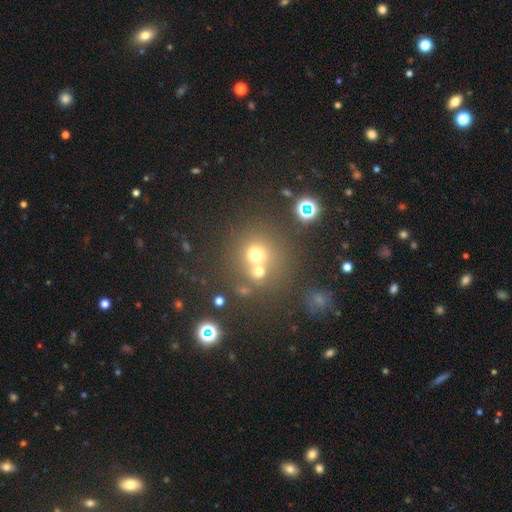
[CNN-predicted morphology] smooth-or-featured: smooth: 63% | star or artifact: 24% | featured or disk: 13%
  how-rounded: round: 86% | in between: 13% | cigar-shaped: 1%
  merging: none: 50% | merger: 37% | minor disturbance: 8% | major disturbance: 5%